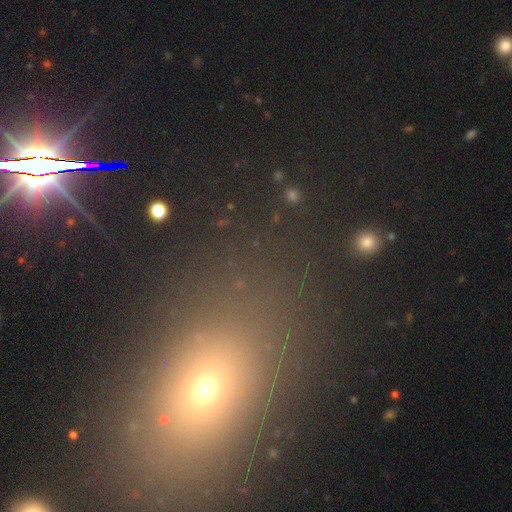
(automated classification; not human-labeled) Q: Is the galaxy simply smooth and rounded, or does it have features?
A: star or artifact — 45%.